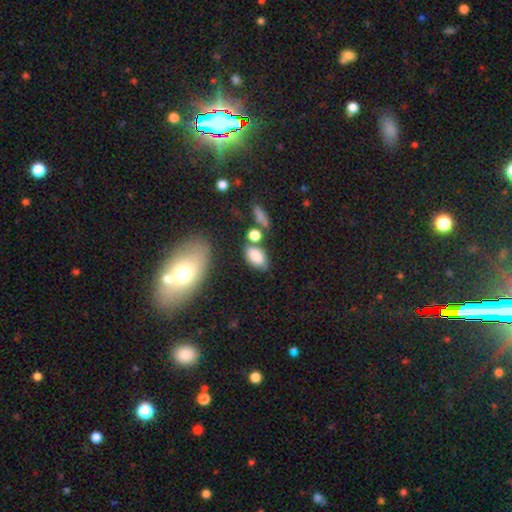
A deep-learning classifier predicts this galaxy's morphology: smooth-or-featured: smooth: 82% | star or artifact: 9% | featured or disk: 8%
  how-rounded: in between: 90% | round: 8% | cigar-shaped: 2%
  merging: none: 59% | minor disturbance: 18% | merger: 16% | major disturbance: 7%